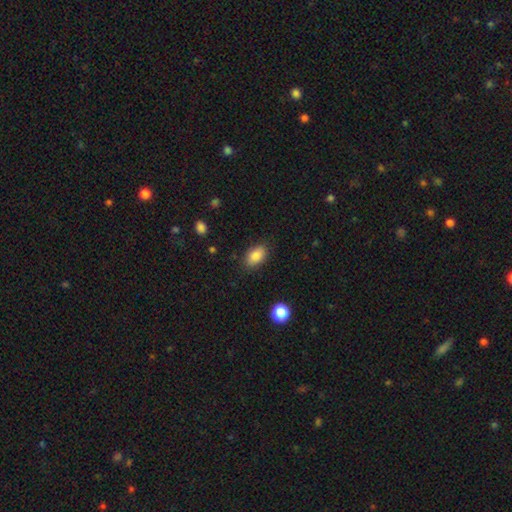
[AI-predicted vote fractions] smooth_or_featured: smooth (p=0.86) [alt: star or artifact p=0.08]
how_rounded: in between (p=0.89) [alt: round p=0.09]
merging: none (p=0.85) [alt: minor disturbance p=0.11]